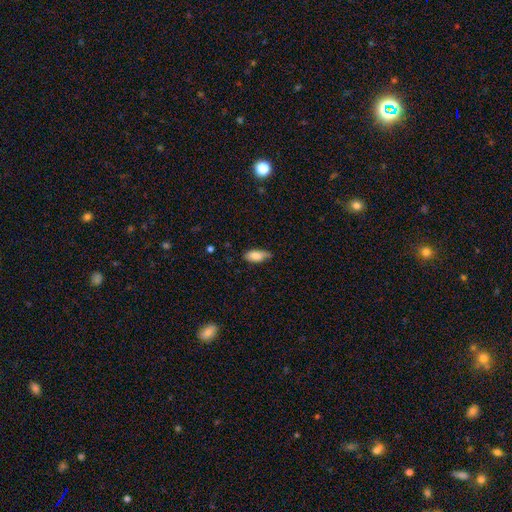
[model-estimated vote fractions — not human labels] smooth-or-featured: smooth: 81% | featured or disk: 12% | star or artifact: 7%
  how-rounded: in between: 84% | cigar-shaped: 13% | round: 2%
  merging: none: 58% | minor disturbance: 33% | major disturbance: 7% | merger: 2%